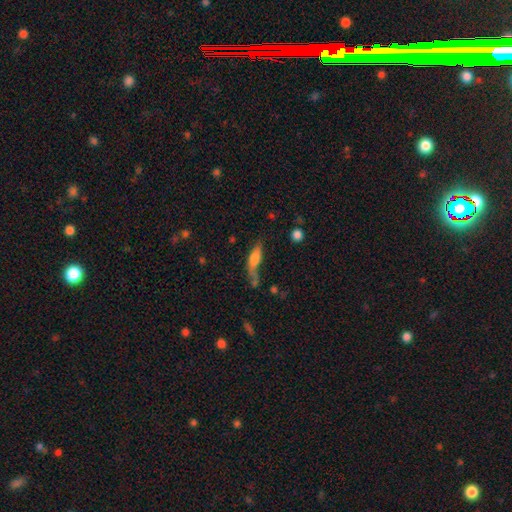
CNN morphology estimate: A featured or disk galaxy (43%).

Vote fractions:
- Smooth or featured? featured or disk: 43% / smooth: 36% / star or artifact: 21%
- Merging? none: 46% / minor disturbance: 21% / major disturbance: 19% / merger: 13%